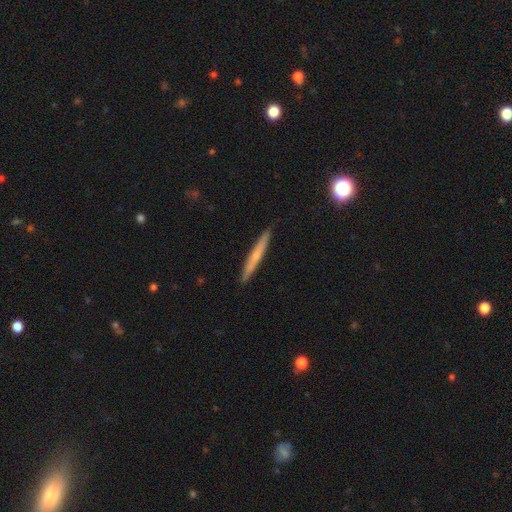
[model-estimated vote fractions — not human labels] Smooth or featured: smooth — 56% (featured or disk — 38%)
How rounded: cigar-shaped — 96% (in between — 2%)
Merging: none — 91% (minor disturbance — 7%)